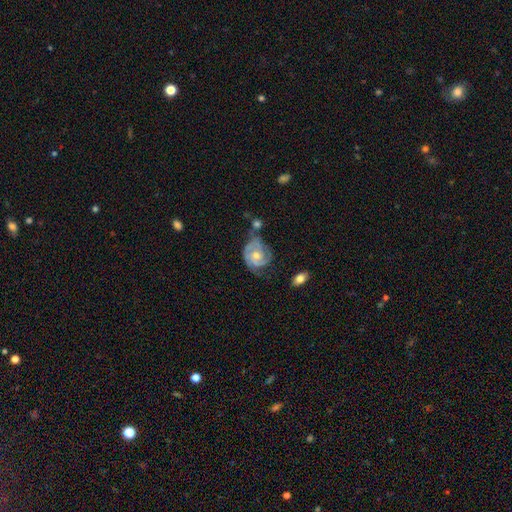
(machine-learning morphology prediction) featured or disk 83%, smooth 12%, star or artifact 5%. Down the decision tree: edge-on disk — no (98%); bar — no (71%); spiral arms — yes (94%); spiral arm count — 2 (53%); spiral winding — tight (63%); bulge size — moderate (60%); merging — none (47%).